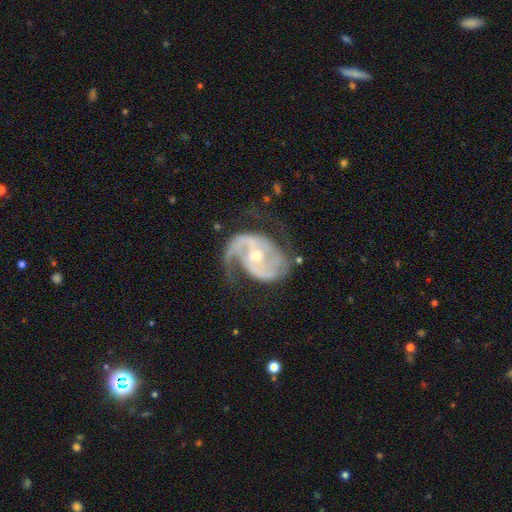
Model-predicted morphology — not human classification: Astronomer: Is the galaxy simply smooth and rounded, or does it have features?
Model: featured or disk — 90%.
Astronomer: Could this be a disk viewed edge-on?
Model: no — 98%.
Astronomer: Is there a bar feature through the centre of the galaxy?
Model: no — 43% (runner-up: weak, 40%).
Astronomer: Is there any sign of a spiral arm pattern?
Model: yes — 97%.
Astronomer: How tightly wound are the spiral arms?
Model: medium — 50% (runner-up: tight, 27%).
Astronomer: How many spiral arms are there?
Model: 2 — 79%.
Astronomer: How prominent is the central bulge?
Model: moderate — 51% (runner-up: small, 45%).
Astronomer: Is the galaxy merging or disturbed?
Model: none — 58%.